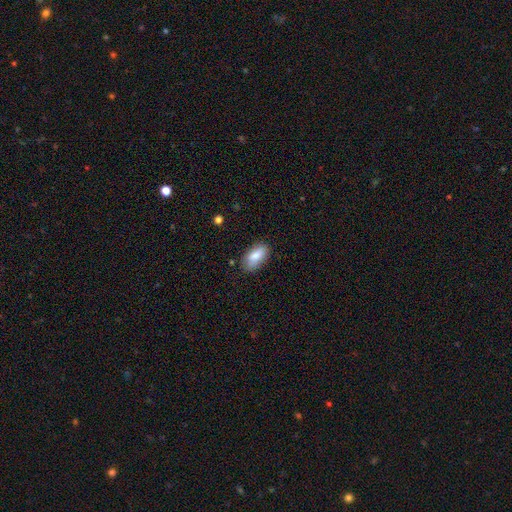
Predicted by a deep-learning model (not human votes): smooth_or_featured: smooth (p=0.83) [alt: featured or disk p=0.10]
how_rounded: in between (p=0.88) [alt: cigar-shaped p=0.09]
merging: none (p=0.77) [alt: minor disturbance p=0.18]